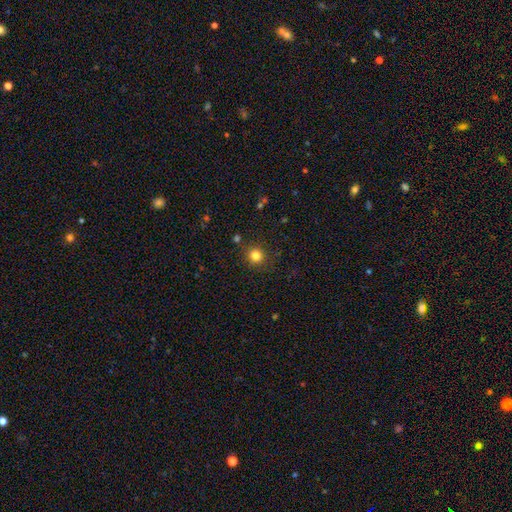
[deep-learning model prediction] Morphology: type=smooth (82%); roundness=round (92%); merging=none (87%).